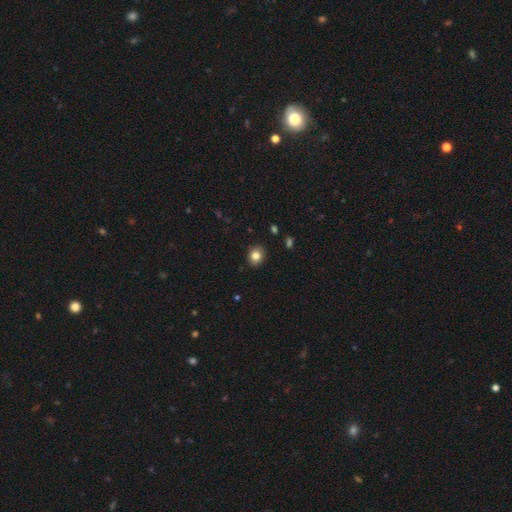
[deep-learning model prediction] A smooth galaxy with no disk features (82%) that is round (65%). Merging: none (89%).